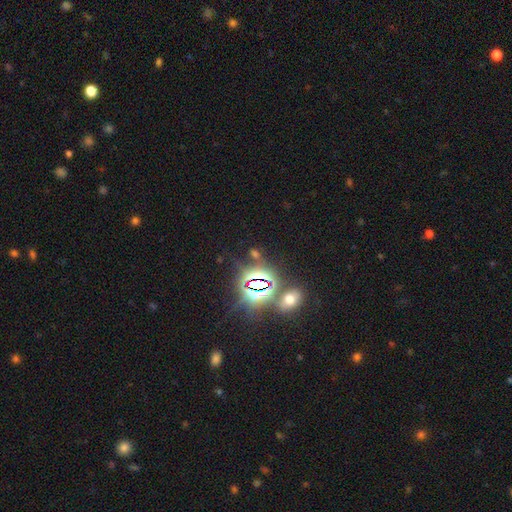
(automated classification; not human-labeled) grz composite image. It shows a star or artifact, not a galaxy (77%).